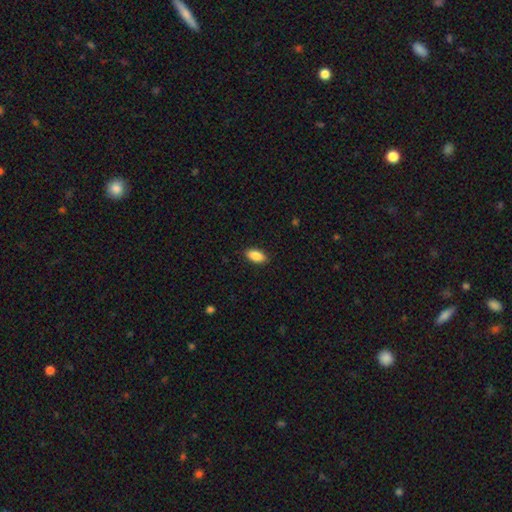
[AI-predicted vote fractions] This appears to be a smooth galaxy with no disk features (89%) that is in between round and cigar-shaped (91%). Merging: none (89%).